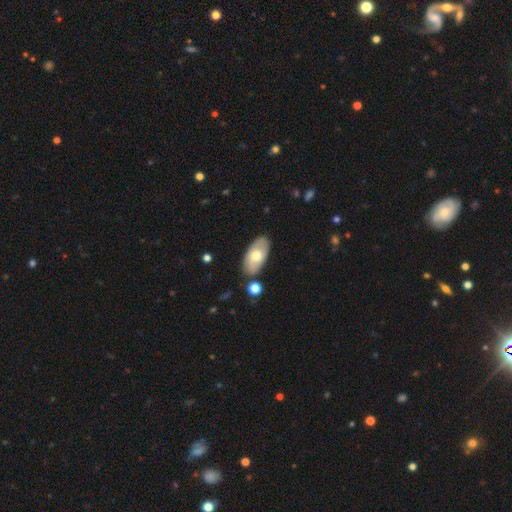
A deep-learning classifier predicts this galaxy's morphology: smooth-or-featured: smooth: 65% | featured or disk: 29% | star or artifact: 6%
  how-rounded: in between: 93% | cigar-shaped: 4% | round: 3%
  merging: none: 81% | minor disturbance: 12% | merger: 5% | major disturbance: 3%